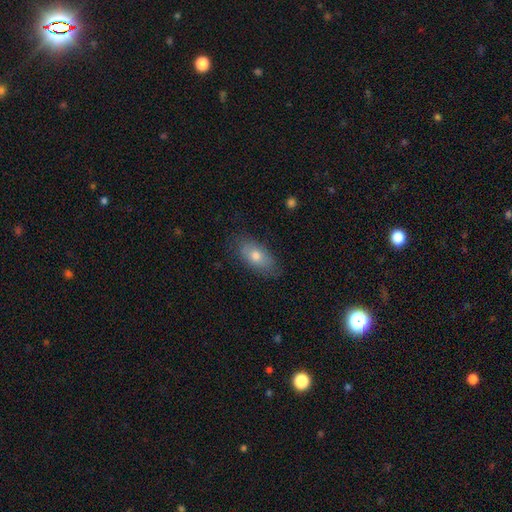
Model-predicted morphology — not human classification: smooth 71%, featured or disk 21%, star or artifact 7%. Down the decision tree: how rounded — in between (88%); merging — none (80%).